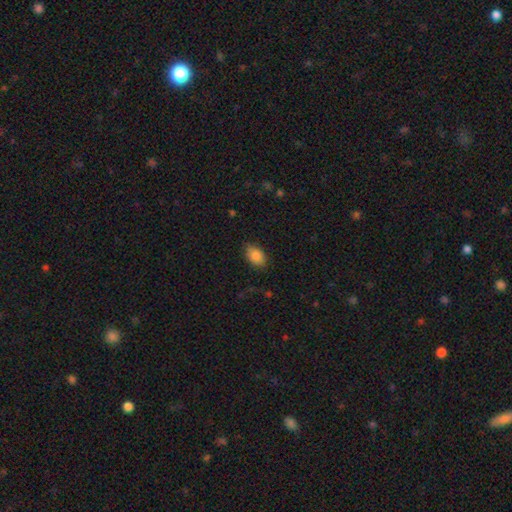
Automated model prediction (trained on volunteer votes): smooth_or_featured: smooth (p=0.86) [alt: star or artifact p=0.08]
how_rounded: in between (p=0.85) [alt: round p=0.14]
merging: none (p=0.81) [alt: minor disturbance p=0.15]